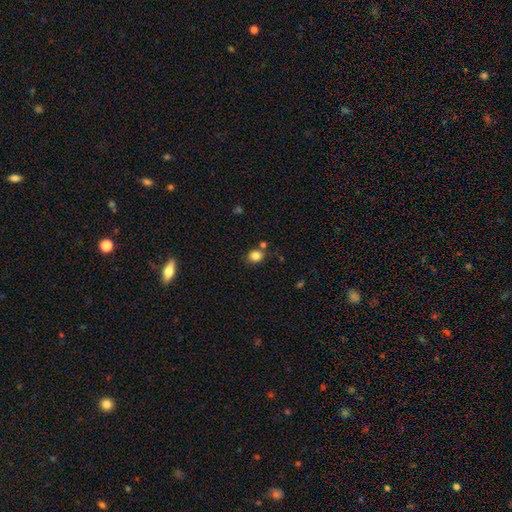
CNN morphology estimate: Q: Smooth or featured?
A: smooth (84%); runner-up: star or artifact (11%)
Q: How rounded?
A: round (68%); runner-up: in between (31%)
Q: Merging?
A: none (74%); runner-up: minor disturbance (12%)